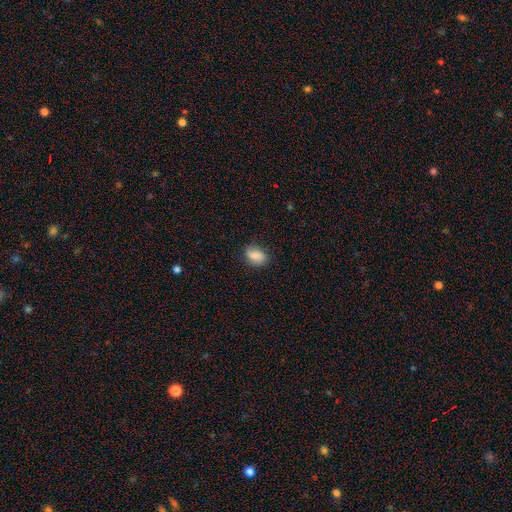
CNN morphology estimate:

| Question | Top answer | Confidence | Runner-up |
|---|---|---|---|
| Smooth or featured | smooth | 78% | featured or disk (13%) |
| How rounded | in between | 77% | round (21%) |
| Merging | none | 76% | minor disturbance (19%) |